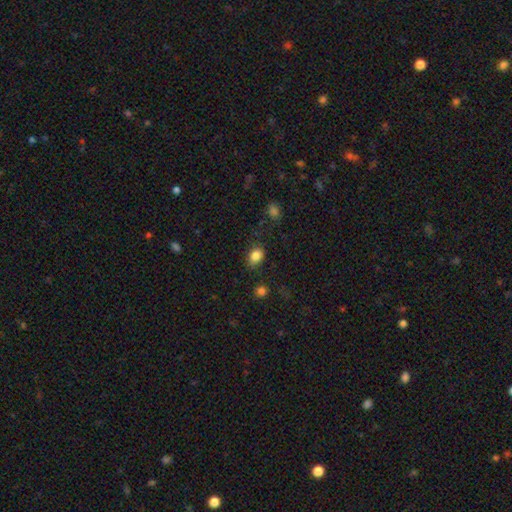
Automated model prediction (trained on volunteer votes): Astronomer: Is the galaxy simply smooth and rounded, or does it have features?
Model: smooth — 85%.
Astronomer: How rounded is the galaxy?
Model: in between — 65%.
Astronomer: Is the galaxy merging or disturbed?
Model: none — 78%.